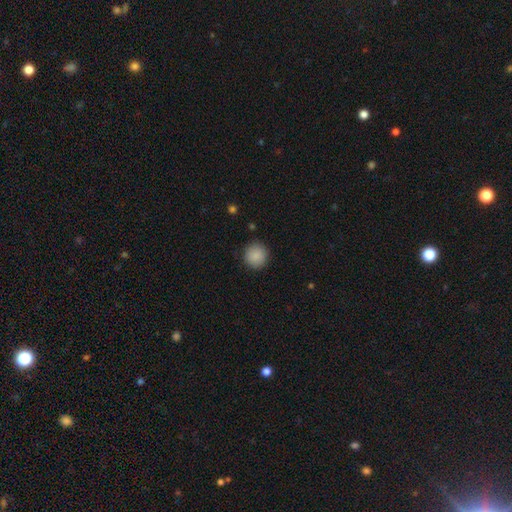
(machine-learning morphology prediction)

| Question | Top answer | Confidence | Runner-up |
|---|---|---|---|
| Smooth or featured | smooth | 89% | star or artifact (8%) |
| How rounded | round | 93% | in between (6%) |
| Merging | none | 90% | minor disturbance (7%) |